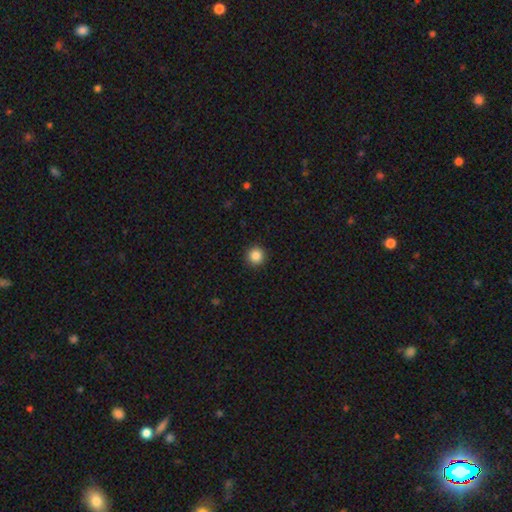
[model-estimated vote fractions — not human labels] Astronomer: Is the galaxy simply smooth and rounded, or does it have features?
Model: smooth — 86%.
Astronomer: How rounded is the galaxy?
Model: round — 96%.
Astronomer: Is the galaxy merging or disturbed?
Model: none — 93%.